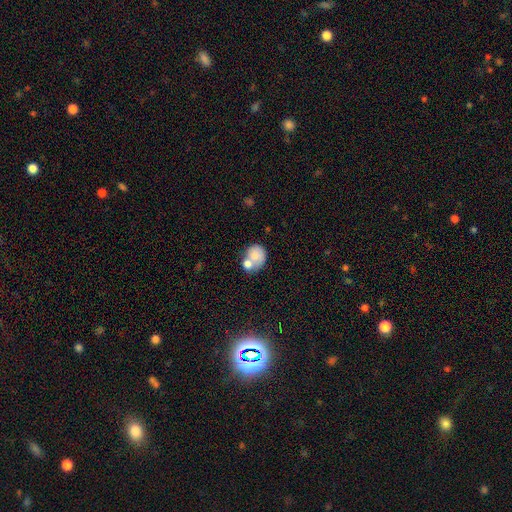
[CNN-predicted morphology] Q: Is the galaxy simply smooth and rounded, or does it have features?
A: smooth — 72%.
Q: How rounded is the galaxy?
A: round — 64%.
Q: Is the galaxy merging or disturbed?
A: merger — 51%.